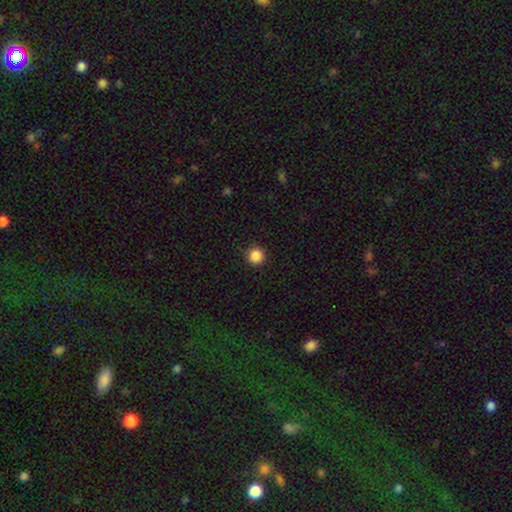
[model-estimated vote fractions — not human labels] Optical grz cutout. It shows a smooth galaxy with no disk features (87%) that is round (96%). Merging: none (92%).